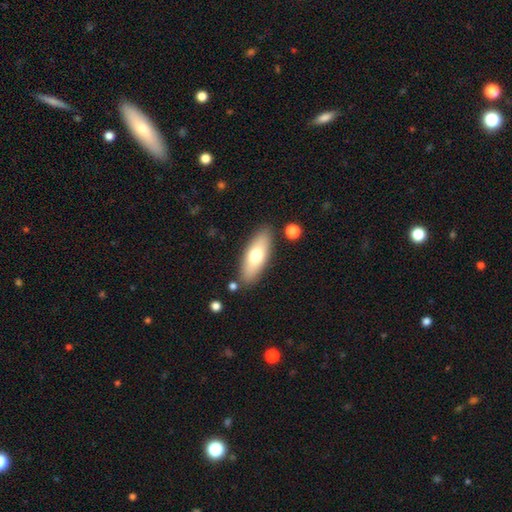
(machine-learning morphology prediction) Q: Smooth or featured?
A: smooth (66%); runner-up: featured or disk (28%)
Q: How rounded?
A: in between (68%); runner-up: cigar-shaped (29%)
Q: Merging?
A: none (85%); runner-up: minor disturbance (10%)